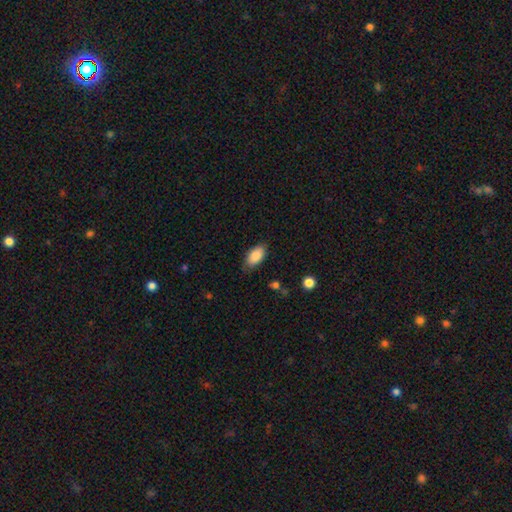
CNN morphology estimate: Smooth or featured?
  - smooth: 88% *
  - star or artifact: 6%
  - featured or disk: 6%
How rounded?
  - in between: 94% *
  - round: 4%
  - cigar-shaped: 3%
Merging?
  - none: 77% *
  - minor disturbance: 18%
  - major disturbance: 4%
  - merger: 1%